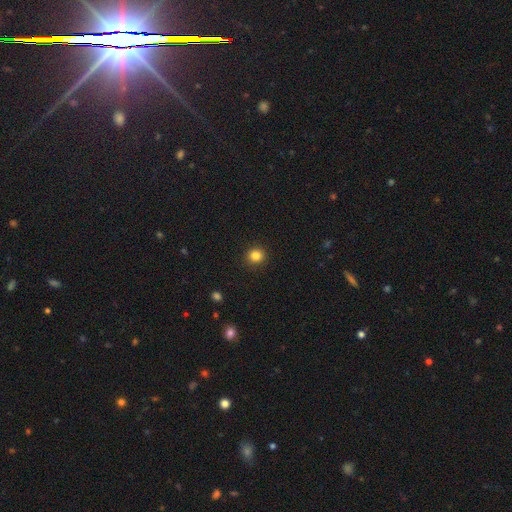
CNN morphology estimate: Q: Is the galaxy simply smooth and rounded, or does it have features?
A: smooth — 84%.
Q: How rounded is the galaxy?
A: round — 88%.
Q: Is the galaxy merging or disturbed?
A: none — 91%.